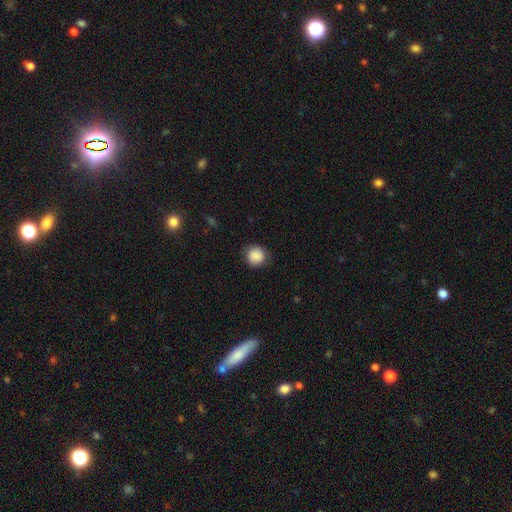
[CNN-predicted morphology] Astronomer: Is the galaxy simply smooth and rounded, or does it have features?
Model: smooth — 88%.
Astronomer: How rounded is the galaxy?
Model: round — 90%.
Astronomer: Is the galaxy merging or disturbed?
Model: none — 84%.